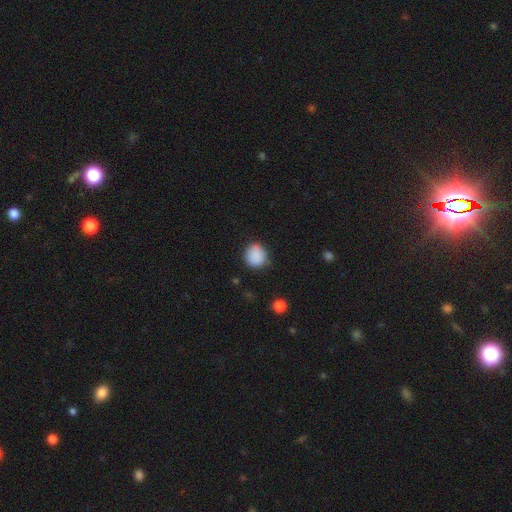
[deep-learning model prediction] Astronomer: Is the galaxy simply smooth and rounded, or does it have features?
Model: smooth — 88%.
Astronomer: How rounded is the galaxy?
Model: round — 83%.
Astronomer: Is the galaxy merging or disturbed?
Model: none — 81%.